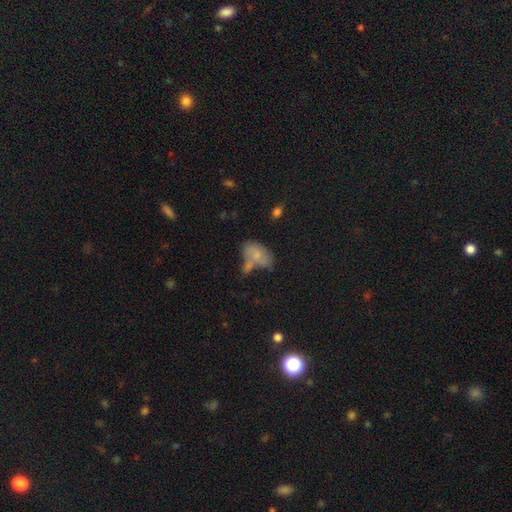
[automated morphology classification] smooth-or-featured: smooth: 66% | featured or disk: 25% | star or artifact: 9%
  how-rounded: in between: 87% | round: 11% | cigar-shaped: 2%
  merging: merger: 39% | none: 30% | minor disturbance: 20% | major disturbance: 12%